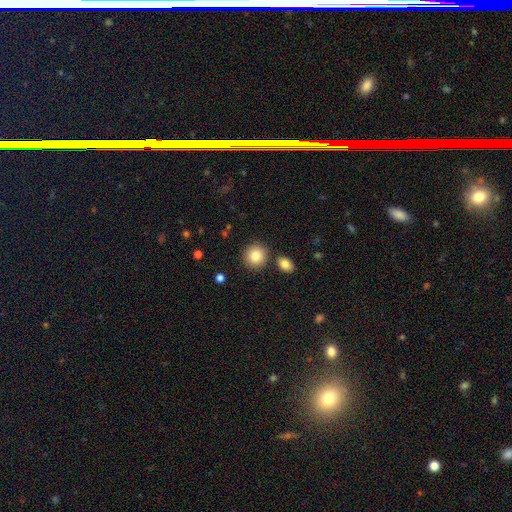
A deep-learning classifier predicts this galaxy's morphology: Smooth or featured? smooth (84%)
How rounded? round (88%)
Merging? none (84%)